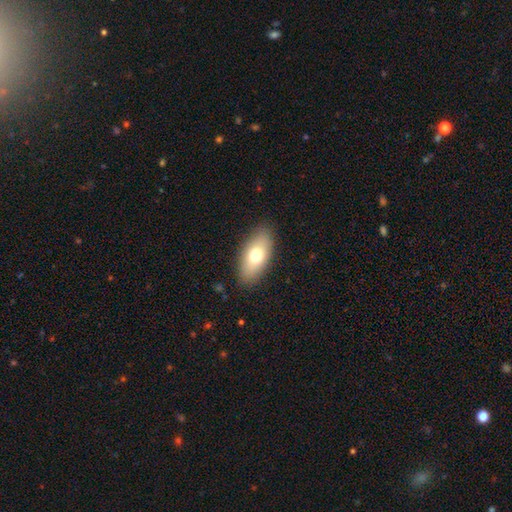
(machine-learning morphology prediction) Smooth or featured? smooth (72%)
How rounded? in between (88%)
Merging? none (87%)